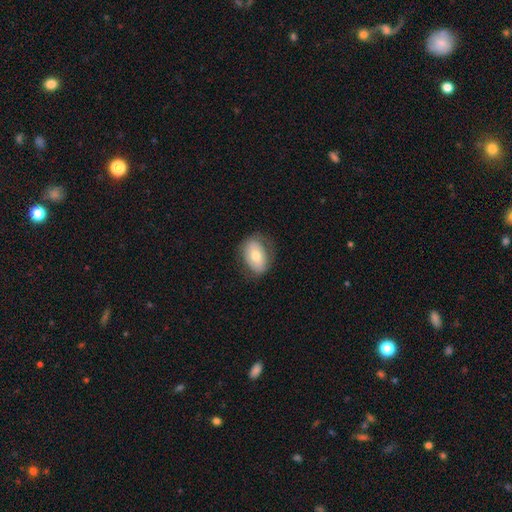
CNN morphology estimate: smooth_or_featured: smooth (p=0.62) [alt: featured or disk p=0.31]
how_rounded: in between (p=0.80) [alt: round p=0.19]
merging: none (p=0.70) [alt: minor disturbance p=0.21]